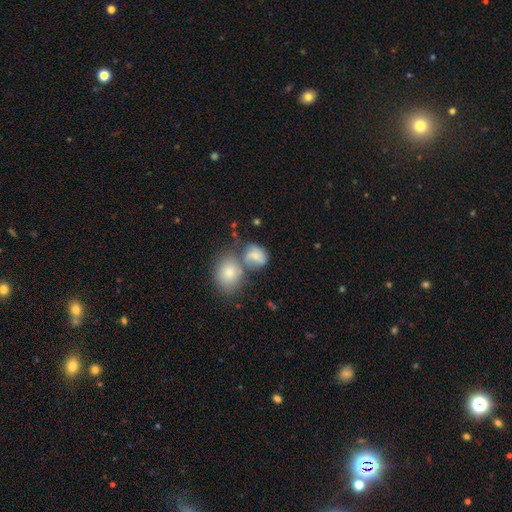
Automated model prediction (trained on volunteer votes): smooth 62%, featured or disk 29%, star or artifact 10%. Down the decision tree: how rounded — in between (53%); merging — merger (40%).